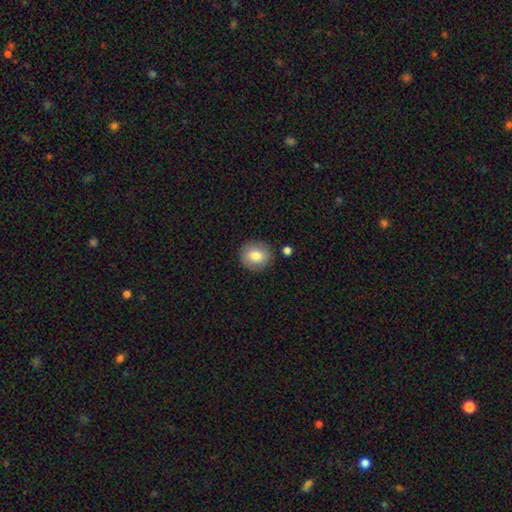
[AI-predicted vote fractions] Q: Smooth or featured?
A: smooth (80%); runner-up: featured or disk (11%)
Q: How rounded?
A: round (81%); runner-up: in between (18%)
Q: Merging?
A: none (86%); runner-up: minor disturbance (9%)